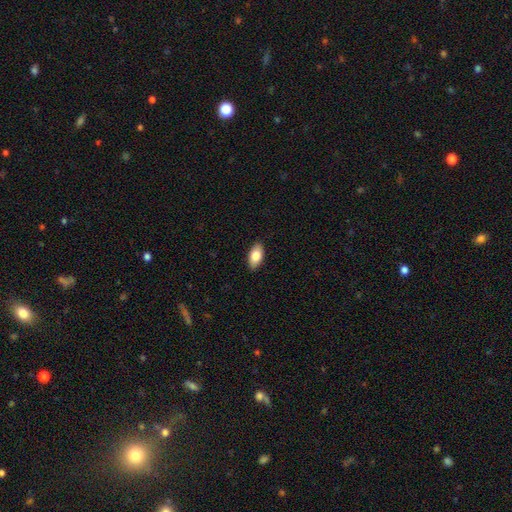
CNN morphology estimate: This is clearly a smooth galaxy (83%). How rounded: clearly in between (92%). Merging: clearly none (89%).